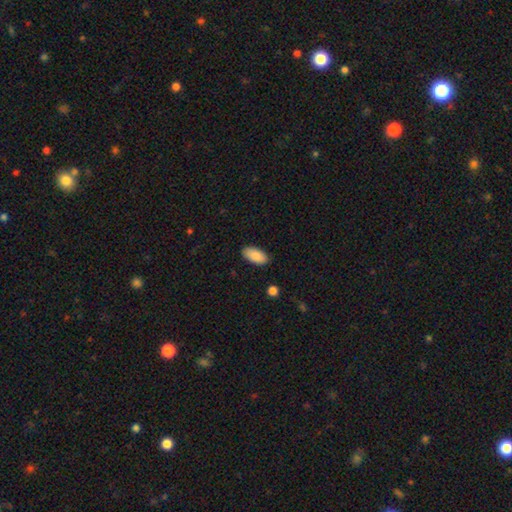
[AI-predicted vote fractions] smooth 89%, star or artifact 6%, featured or disk 5%. Down the decision tree: how rounded — in between (94%); merging — none (88%).